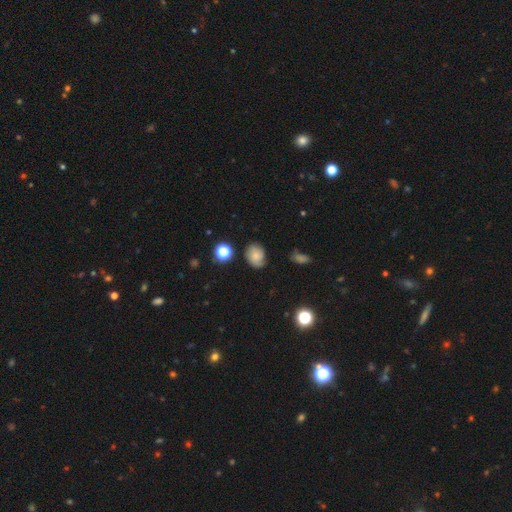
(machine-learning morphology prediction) Smooth or featured? Predicted: smooth (p=0.66). How rounded? Predicted: in between (p=0.61). Merging? Predicted: none (p=0.71).